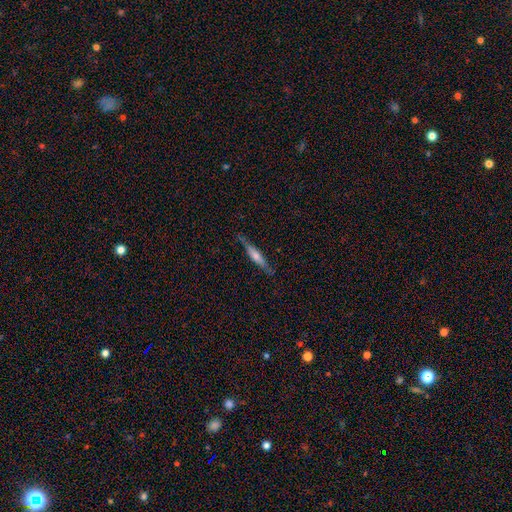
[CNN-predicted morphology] This is possibly a featured or disk galaxy (57%). It is clearly viewed edge-on (93%). Edge-on bulge: likely rounded (68%). Merging: clearly none (82%).